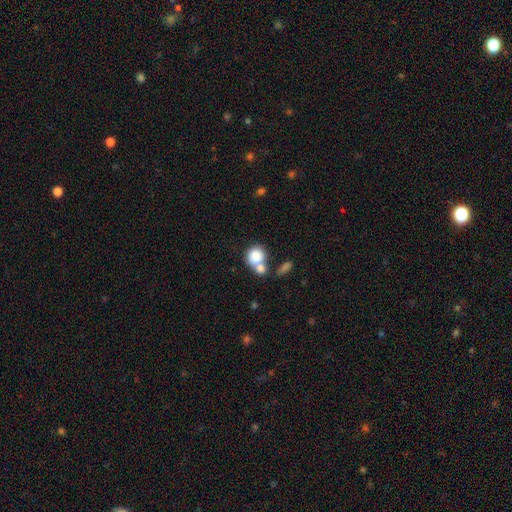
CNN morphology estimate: Smooth or featured: smooth — 81% (featured or disk — 11%)
How rounded: round — 72% (in between — 26%)
Merging: merger — 54% (none — 32%)